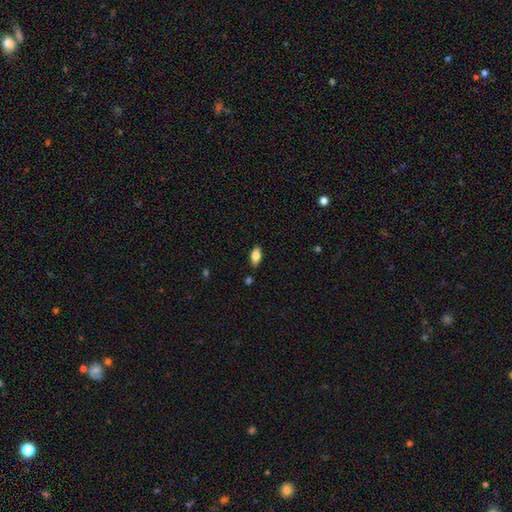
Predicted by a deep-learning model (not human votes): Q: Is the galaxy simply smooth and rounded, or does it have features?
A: smooth — 80%.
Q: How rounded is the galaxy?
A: in between — 90%.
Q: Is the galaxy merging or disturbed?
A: none — 85%.